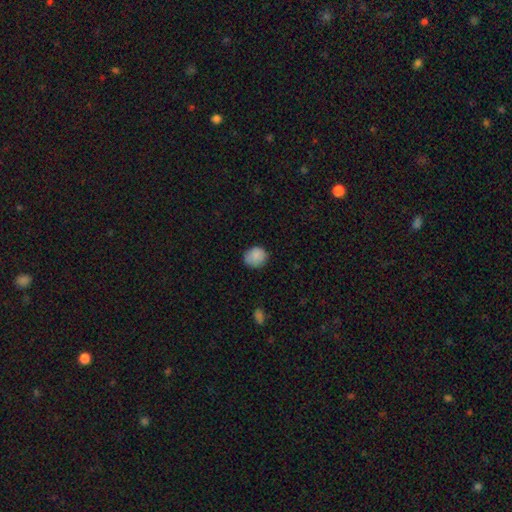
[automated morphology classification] This is clearly a smooth galaxy (87%). How rounded: likely round (76%). Merging: likely none (79%).